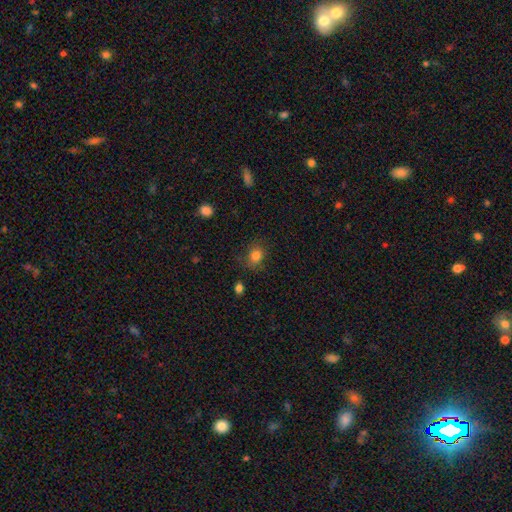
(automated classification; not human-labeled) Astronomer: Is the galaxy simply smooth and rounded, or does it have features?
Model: smooth — 82%.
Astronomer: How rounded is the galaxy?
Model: round — 59% (runner-up: in between, 40%).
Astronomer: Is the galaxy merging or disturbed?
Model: none — 76%.